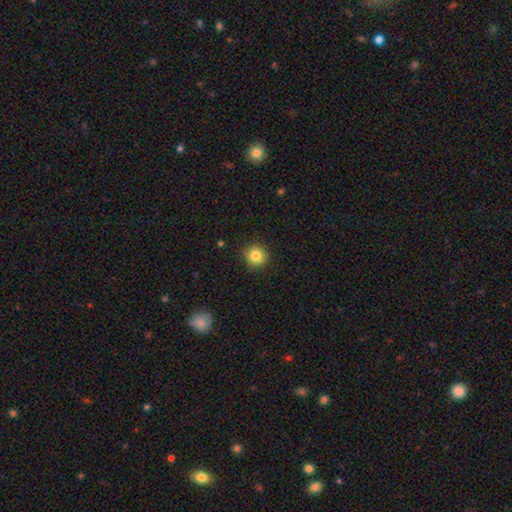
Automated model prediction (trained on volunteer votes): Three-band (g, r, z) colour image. It shows a smooth galaxy with no disk features (84%) that is round (91%). Merging: none (89%).